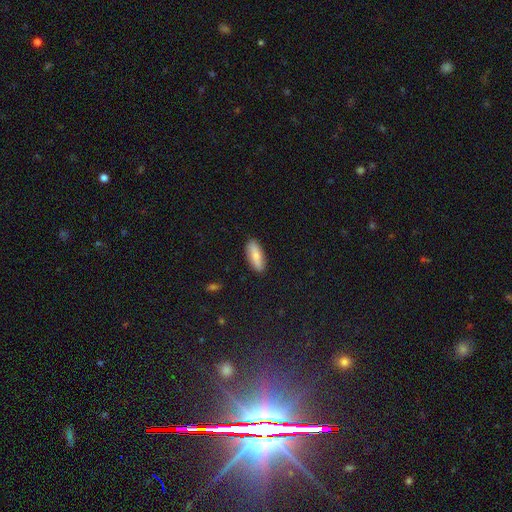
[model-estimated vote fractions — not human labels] Smooth or featured: smooth — 76% (featured or disk — 19%)
How rounded: in between — 67% (cigar-shaped — 30%)
Merging: none — 88% (minor disturbance — 9%)